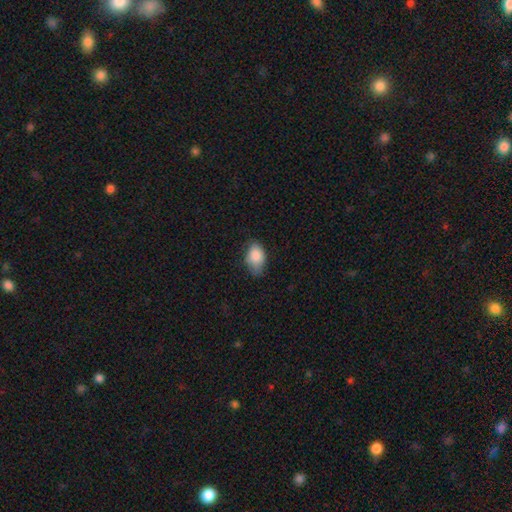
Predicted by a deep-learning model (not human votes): Smooth or featured? smooth (85%)
How rounded? in between (88%)
Merging? none (59%)